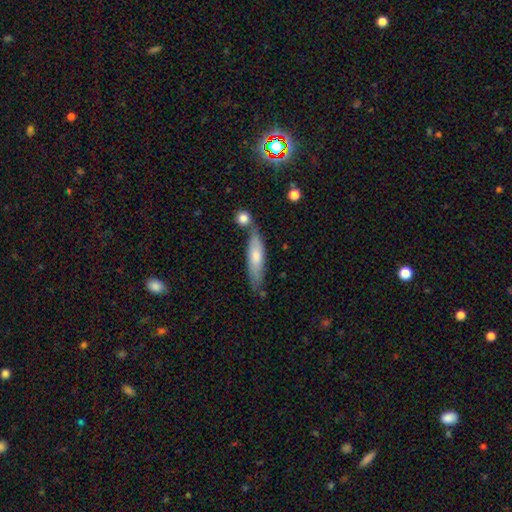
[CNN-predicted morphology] A smooth galaxy with no disk features (60%) that is cigar-shaped (73%).

Vote fractions:
- Smooth or featured? smooth: 60% / featured or disk: 34% / star or artifact: 6%
- How rounded? cigar-shaped: 73% / in between: 26% / round: 2%
- Merging? none: 61% / minor disturbance: 19% / merger: 15% / major disturbance: 4%